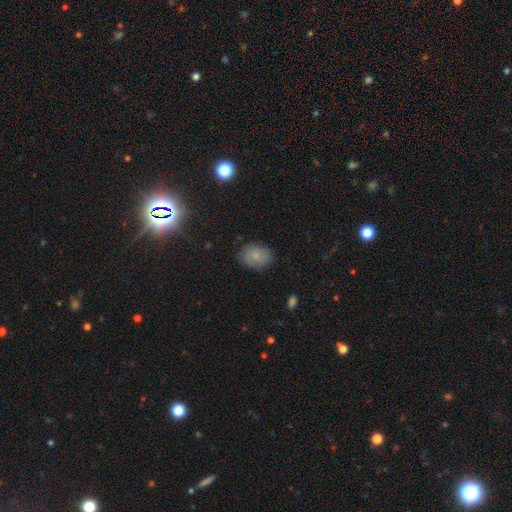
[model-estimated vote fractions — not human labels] smooth_or_featured: smooth (p=0.73) [alt: featured or disk p=0.18]
how_rounded: in between (p=0.71) [alt: round p=0.28]
merging: none (p=0.77) [alt: minor disturbance p=0.18]